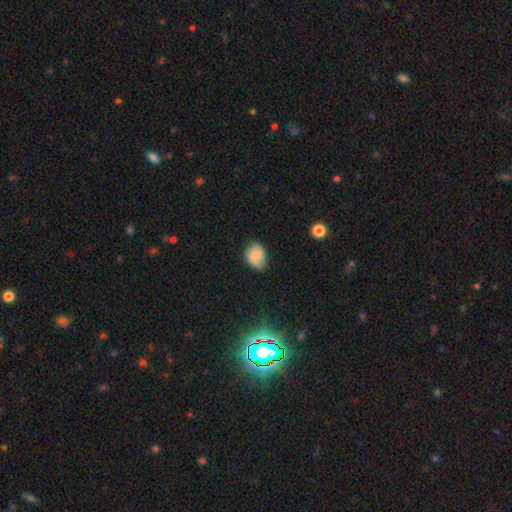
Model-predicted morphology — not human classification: Q: Smooth or featured?
A: smooth (73%); runner-up: featured or disk (18%)
Q: How rounded?
A: in between (59%); runner-up: round (40%)
Q: Merging?
A: none (68%); runner-up: minor disturbance (26%)